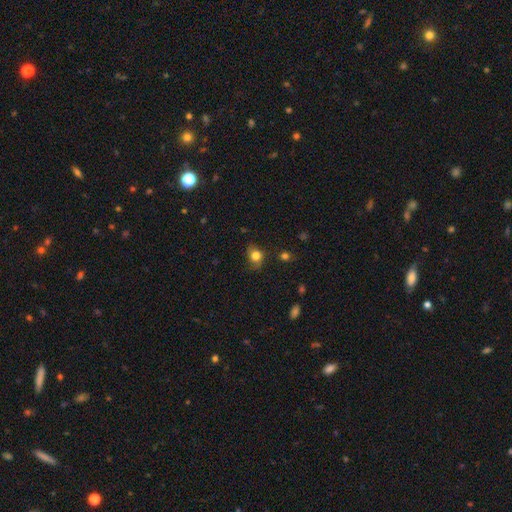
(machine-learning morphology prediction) Smooth or featured? smooth (77%)
How rounded? round (58%)
Merging? none (61%)